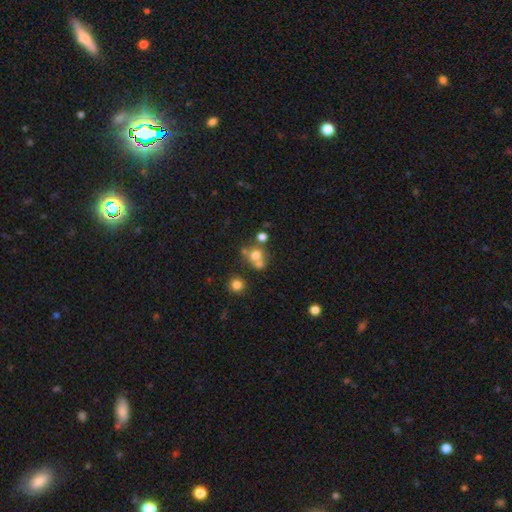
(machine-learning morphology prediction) A smooth galaxy with no disk features (65%) that is round (80%).

Vote fractions:
- Smooth or featured? smooth: 65% / featured or disk: 18% / star or artifact: 17%
- How rounded? round: 80% / in between: 19% / cigar-shaped: 1%
- Merging? none: 44% / merger: 40% / minor disturbance: 10% / major disturbance: 6%